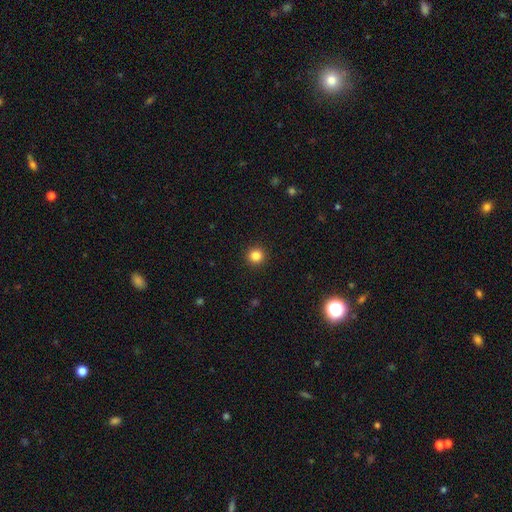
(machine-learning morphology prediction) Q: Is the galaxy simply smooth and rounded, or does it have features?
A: smooth — 85%.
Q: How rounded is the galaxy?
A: round — 95%.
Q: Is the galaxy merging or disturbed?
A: none — 93%.